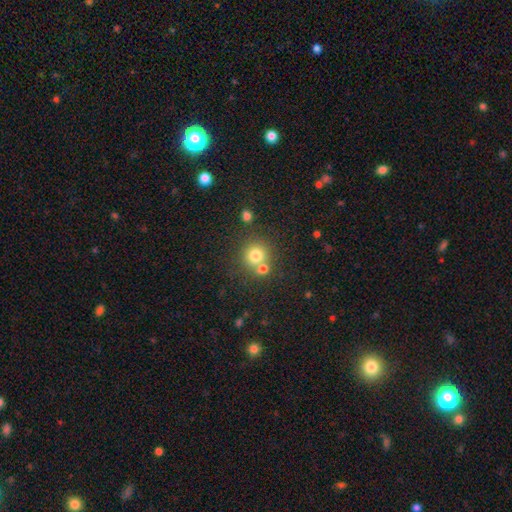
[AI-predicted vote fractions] smooth 77%, star or artifact 14%, featured or disk 9%. Down the decision tree: how rounded — round (91%); merging — none (63%).